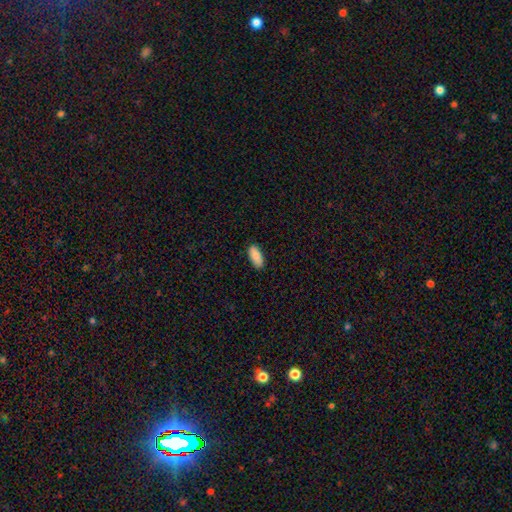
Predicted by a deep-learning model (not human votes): smooth_or_featured: smooth (p=0.87) [alt: featured or disk p=0.07]
how_rounded: in between (p=0.87) [alt: cigar-shaped p=0.11]
merging: none (p=0.89) [alt: minor disturbance p=0.09]